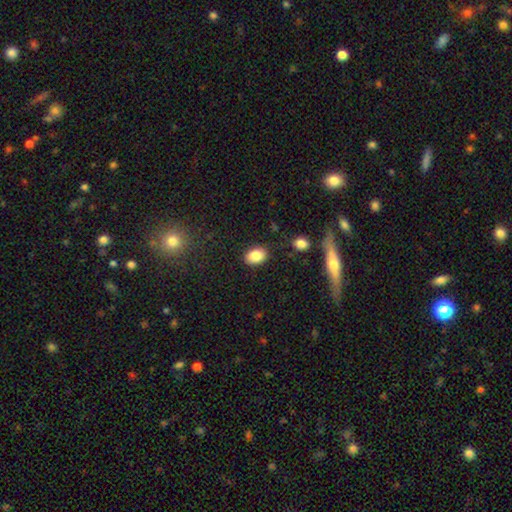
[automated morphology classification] smooth 86%, star or artifact 8%, featured or disk 6%. Down the decision tree: how rounded — in between (74%); merging — none (84%).